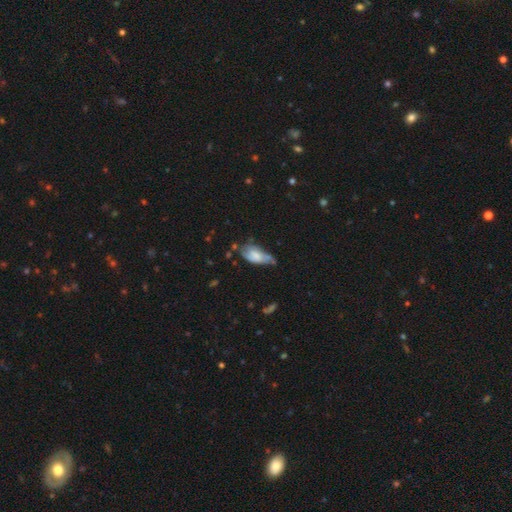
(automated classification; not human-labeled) Smooth or featured? Predicted: smooth (p=0.56). How rounded? Predicted: in between (p=0.88). Merging? Predicted: minor disturbance (p=0.39).